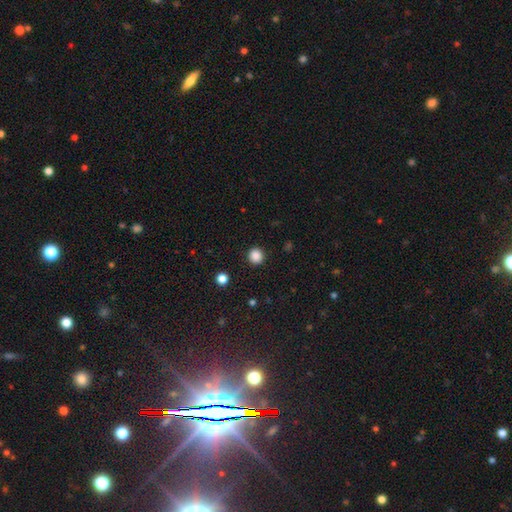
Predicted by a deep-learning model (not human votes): smooth_or_featured: smooth (p=0.87) [alt: star or artifact p=0.11]
how_rounded: round (p=0.92) [alt: in between p=0.07]
merging: none (p=0.92) [alt: minor disturbance p=0.05]